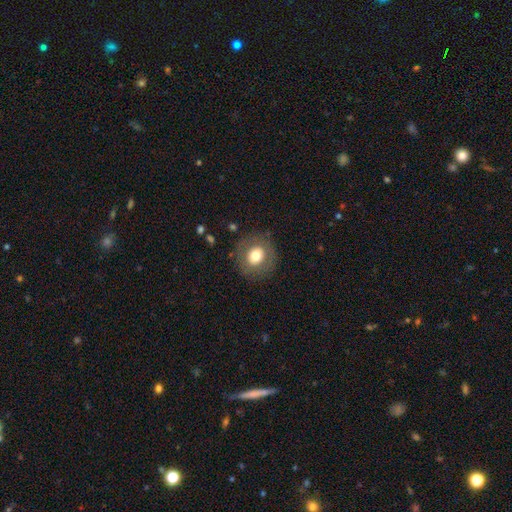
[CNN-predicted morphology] Q: Smooth or featured?
A: smooth (69%); runner-up: featured or disk (22%)
Q: How rounded?
A: round (80%); runner-up: in between (19%)
Q: Merging?
A: none (84%); runner-up: minor disturbance (9%)